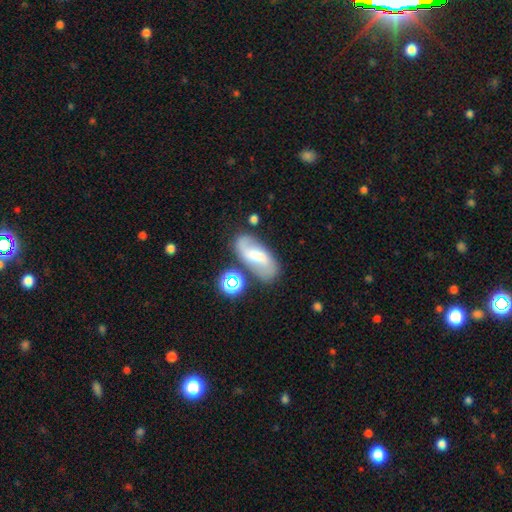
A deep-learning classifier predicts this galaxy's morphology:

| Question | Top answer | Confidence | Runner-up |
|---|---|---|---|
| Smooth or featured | featured or disk | 56% | smooth (34%) |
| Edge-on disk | no | 92% | yes (8%) |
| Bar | weak | 46% | strong (35%) |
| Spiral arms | yes | 79% | no (21%) |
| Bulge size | moderate | 40% | small (26%) |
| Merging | none | 68% | minor disturbance (17%) |